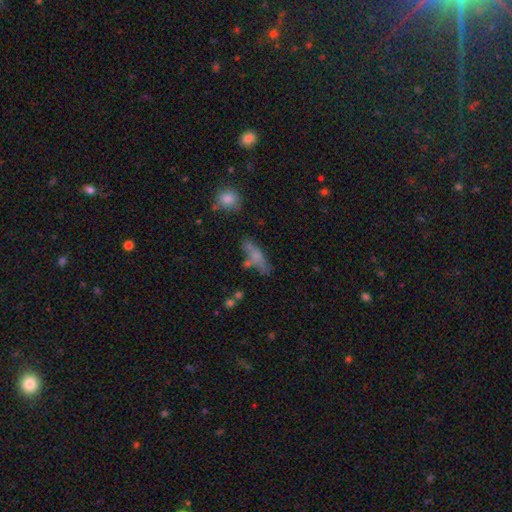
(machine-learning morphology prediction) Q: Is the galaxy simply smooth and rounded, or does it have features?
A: smooth — 65%.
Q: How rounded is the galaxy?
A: cigar-shaped — 58%.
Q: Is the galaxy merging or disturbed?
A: none — 58%.